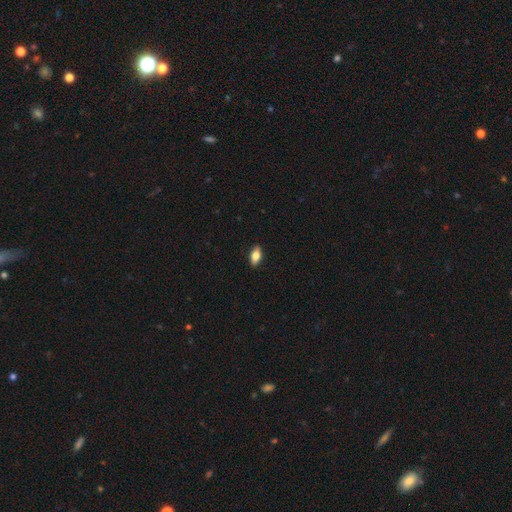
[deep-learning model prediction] Smooth or featured? smooth (74%)
How rounded? in between (87%)
Merging? none (88%)